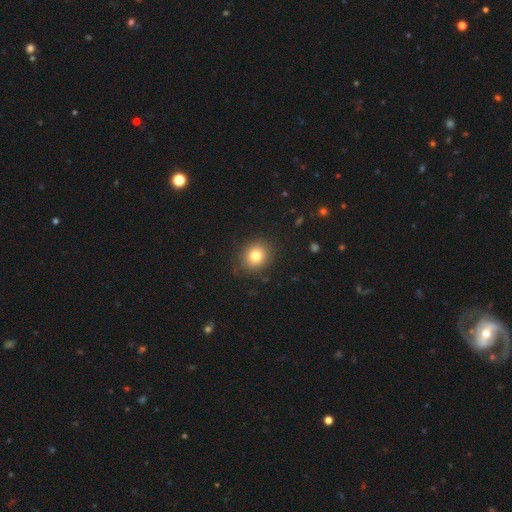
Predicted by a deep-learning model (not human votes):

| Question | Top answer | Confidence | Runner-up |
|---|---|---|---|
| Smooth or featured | smooth | 80% | star or artifact (12%) |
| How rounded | round | 76% | in between (24%) |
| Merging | none | 88% | minor disturbance (8%) |